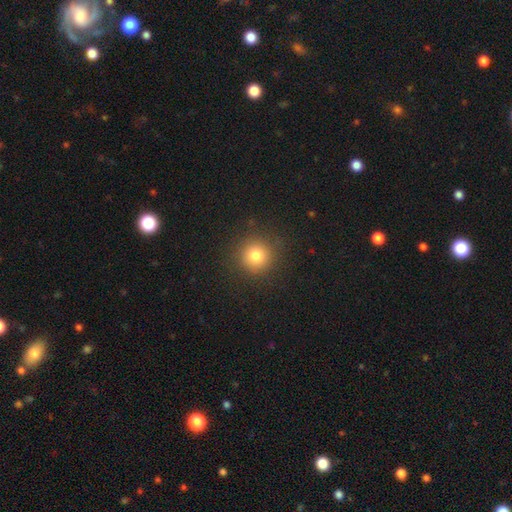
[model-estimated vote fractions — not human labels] Smooth or featured? Predicted: smooth (p=0.80). How rounded? Predicted: round (p=0.93). Merging? Predicted: none (p=0.88).